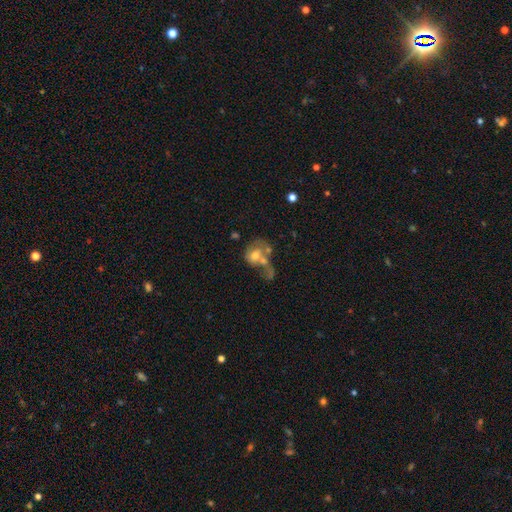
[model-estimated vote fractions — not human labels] Overall: smooth (45%, tied with featured or disk). Merging: merger (59%; major disturbance 20%).